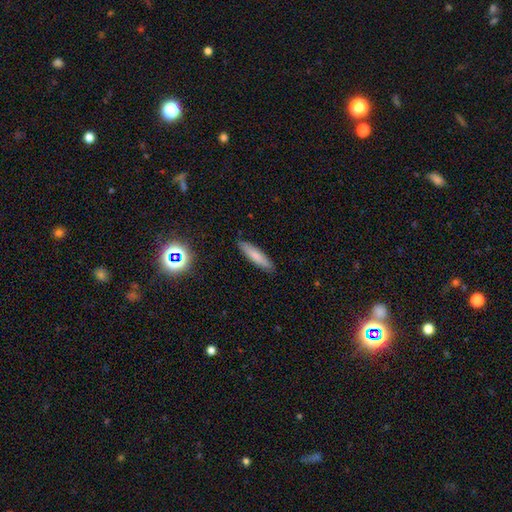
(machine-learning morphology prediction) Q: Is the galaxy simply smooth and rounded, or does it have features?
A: smooth — 78%.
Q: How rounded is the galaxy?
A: cigar-shaped — 78%.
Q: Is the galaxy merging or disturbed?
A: none — 89%.